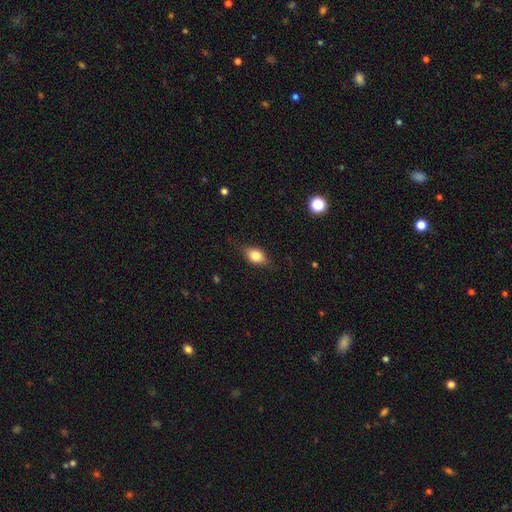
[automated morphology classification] smooth-or-featured: smooth: 75% | featured or disk: 16% | star or artifact: 9%
  how-rounded: in between: 71% | round: 24% | cigar-shaped: 4%
  merging: none: 77% | minor disturbance: 18% | major disturbance: 4% | merger: 1%